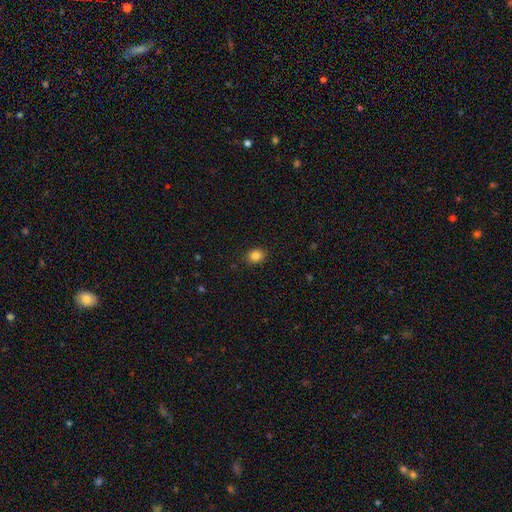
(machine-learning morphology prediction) A smooth galaxy with no disk features (85%) that is round (51%). Merging: none (90%).